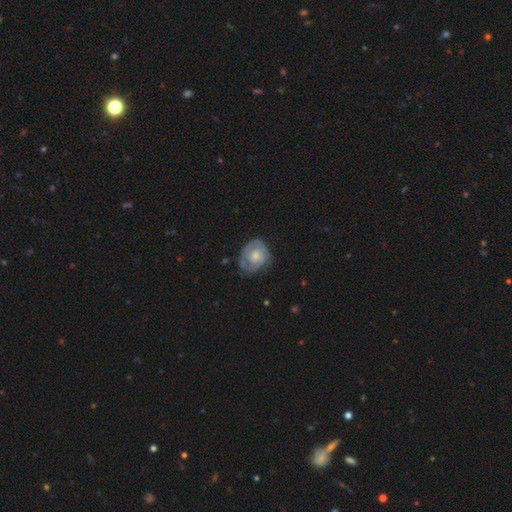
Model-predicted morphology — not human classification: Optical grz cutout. It shows a featured or disk galaxy (56%) with no bar (83%), spiral arms (70%) and a moderate central bulge (52%). Merging: none (55%).